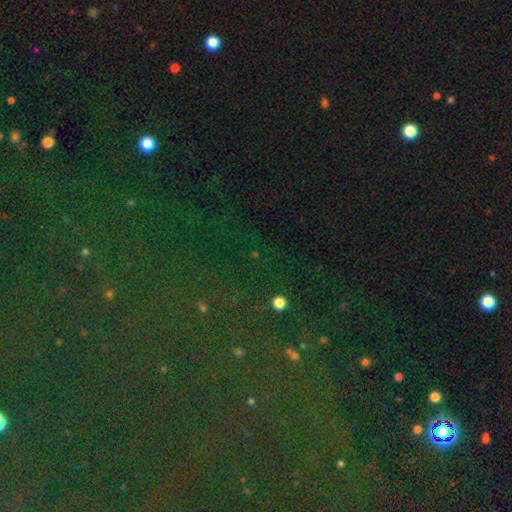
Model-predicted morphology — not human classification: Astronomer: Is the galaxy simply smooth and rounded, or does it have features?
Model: star or artifact — 84%.